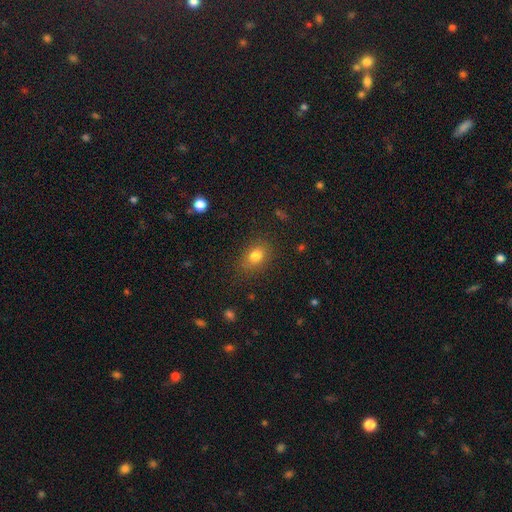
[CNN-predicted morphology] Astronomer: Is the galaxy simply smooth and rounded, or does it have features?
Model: smooth — 79%.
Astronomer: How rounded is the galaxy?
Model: in between — 63%.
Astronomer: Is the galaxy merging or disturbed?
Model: none — 82%.